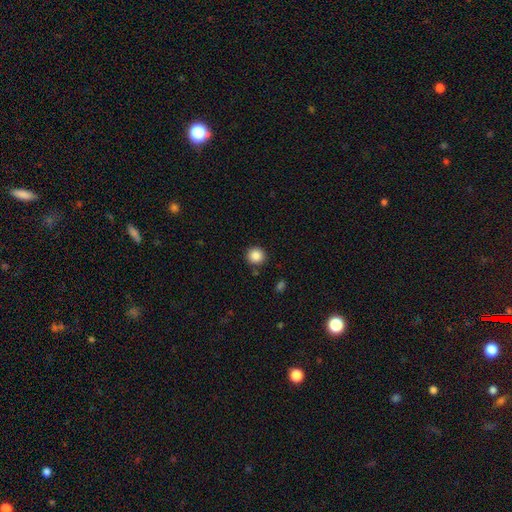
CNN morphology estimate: Smooth or featured?
  - smooth: 87% *
  - star or artifact: 10%
  - featured or disk: 3%
How rounded?
  - round: 93% *
  - in between: 6%
  - cigar-shaped: 1%
Merging?
  - none: 88% *
  - minor disturbance: 7%
  - merger: 2%
  - major disturbance: 2%